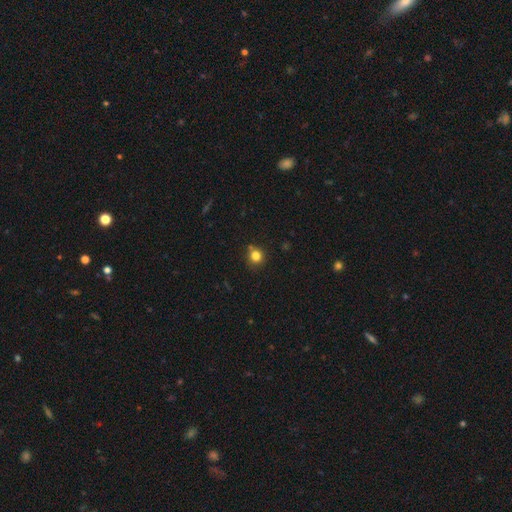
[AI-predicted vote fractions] Q: Smooth or featured?
A: smooth (81%); runner-up: star or artifact (13%)
Q: How rounded?
A: round (87%); runner-up: in between (12%)
Q: Merging?
A: none (78%); runner-up: minor disturbance (12%)